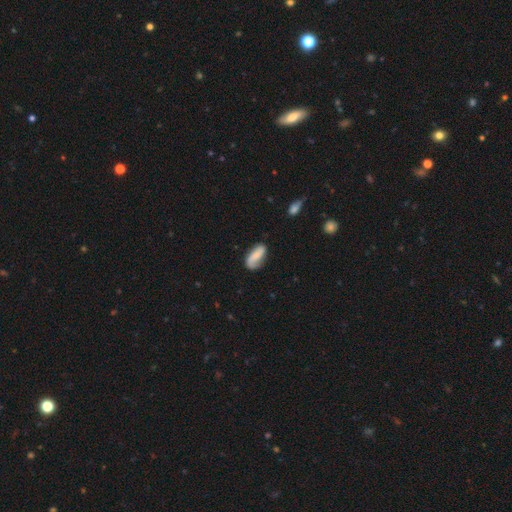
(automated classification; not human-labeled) smooth-or-featured: smooth: 61% | featured or disk: 32% | star or artifact: 7%
  how-rounded: in between: 83% | cigar-shaped: 14% | round: 3%
  merging: none: 64% | minor disturbance: 26% | major disturbance: 8% | merger: 3%